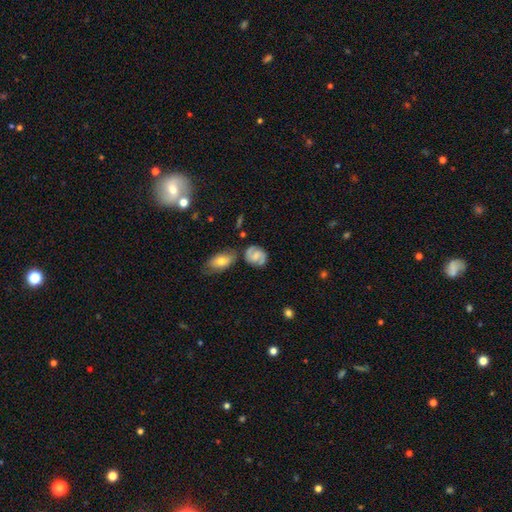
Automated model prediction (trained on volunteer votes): Q: Smooth or featured?
A: featured or disk (61%); runner-up: smooth (32%)
Q: Edge-on disk?
A: no (97%); runner-up: yes (3%)
Q: Bar?
A: no (45%); runner-up: weak (44%)
Q: Spiral arms?
A: yes (89%); runner-up: no (11%)
Q: Spiral winding?
A: medium (48%); runner-up: tight (32%)
Q: Spiral arm count?
A: 2 (85%); runner-up: can't tell (8%)
Q: Bulge size?
A: small (36%); runner-up: moderate (32%)
Q: Merging?
A: none (67%); runner-up: minor disturbance (18%)